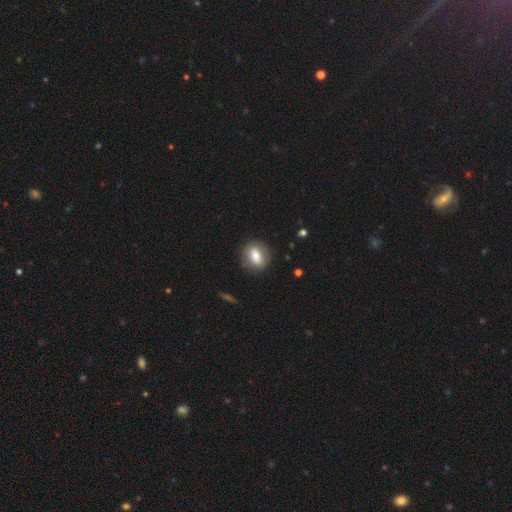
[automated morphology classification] The model was most divided on "how rounded": round: 51%, in between: 47%, cigar-shaped: 2%. More confident: merging — none (86%); smooth or featured — smooth (73%).